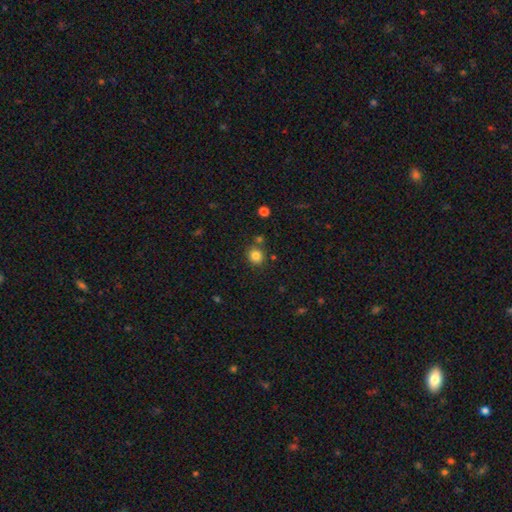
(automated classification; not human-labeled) A smooth galaxy with no disk features (82%) that is round (83%). Merging: none (81%).